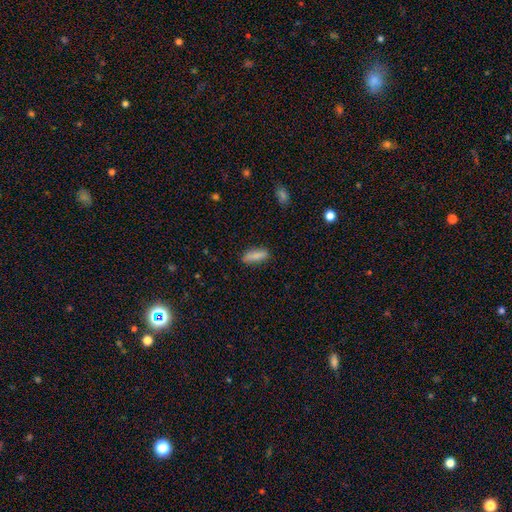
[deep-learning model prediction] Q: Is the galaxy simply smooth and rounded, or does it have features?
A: smooth — 84%.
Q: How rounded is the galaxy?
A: in between — 54%.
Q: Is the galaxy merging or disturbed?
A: none — 86%.